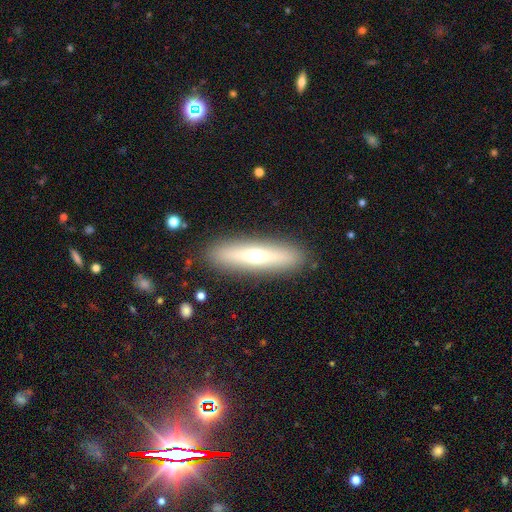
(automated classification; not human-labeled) smooth_or_featured: featured or disk (p=0.49) [alt: smooth p=0.44]
merging: none (p=0.89) [alt: minor disturbance p=0.07]